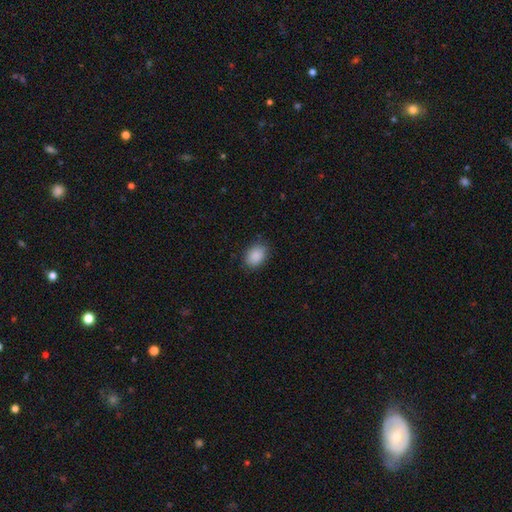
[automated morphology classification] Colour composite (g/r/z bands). It shows a smooth galaxy with no disk features (89%) that is in between round and cigar-shaped (80%). Merging: none (84%).